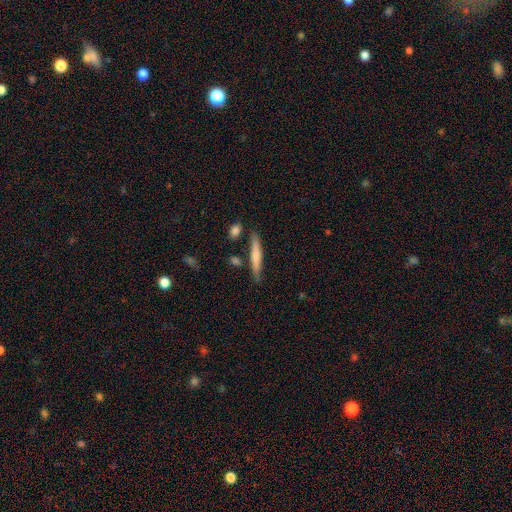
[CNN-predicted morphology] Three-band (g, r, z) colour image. It shows a smooth galaxy with no disk features (64%) that is cigar-shaped (92%). Merging: none (80%).